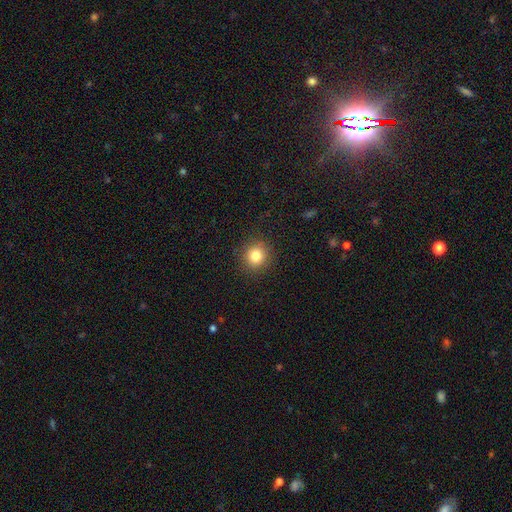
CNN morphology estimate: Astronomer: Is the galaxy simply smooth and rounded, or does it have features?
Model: smooth — 82%.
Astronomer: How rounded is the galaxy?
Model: round — 90%.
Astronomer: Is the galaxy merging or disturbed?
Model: none — 90%.